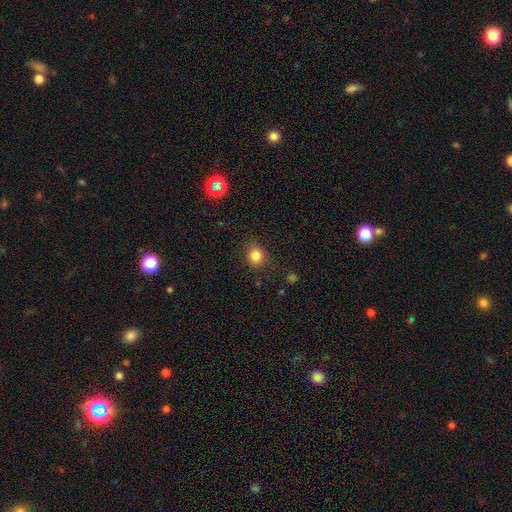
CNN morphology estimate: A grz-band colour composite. It shows a smooth galaxy with no disk features (82%) that is round (81%). Merging: none (84%).